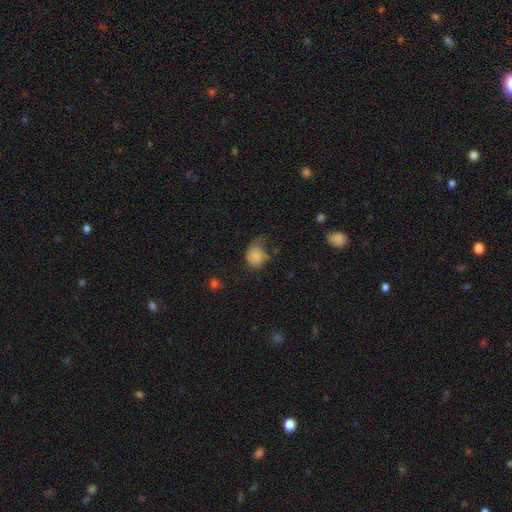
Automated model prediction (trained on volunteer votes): The model was most divided on "merging": none: 40%, minor disturbance: 37%, major disturbance: 20%, merger: 4%. More confident: smooth or featured — smooth (81%); how rounded — round (63%).